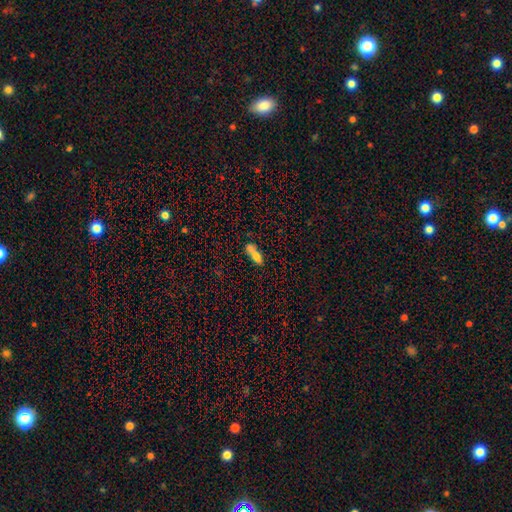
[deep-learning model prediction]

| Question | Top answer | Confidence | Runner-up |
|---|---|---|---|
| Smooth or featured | smooth | 70% | featured or disk (20%) |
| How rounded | in between | 69% | cigar-shaped (23%) |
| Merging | merger | 57% | none (26%) |